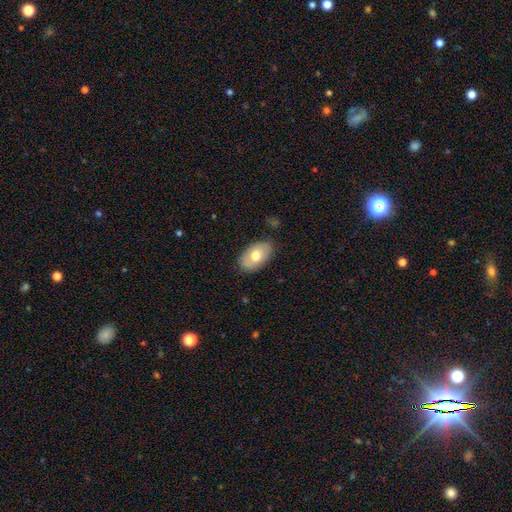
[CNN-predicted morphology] A smooth galaxy with no disk features (68%) that is in between round and cigar-shaped (92%).

Vote fractions:
- Smooth or featured? smooth: 68% / featured or disk: 26% / star or artifact: 6%
- How rounded? in between: 92% / round: 7% / cigar-shaped: 1%
- Merging? none: 81% / minor disturbance: 15% / major disturbance: 3% / merger: 1%